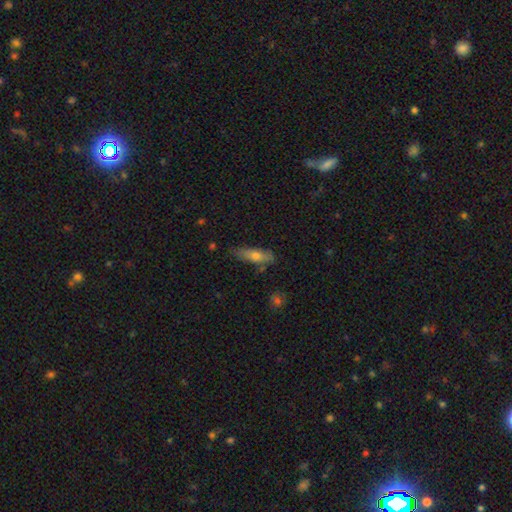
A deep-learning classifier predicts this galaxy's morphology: type=smooth (68%); roundness=in between (49%); merging=none (71%).